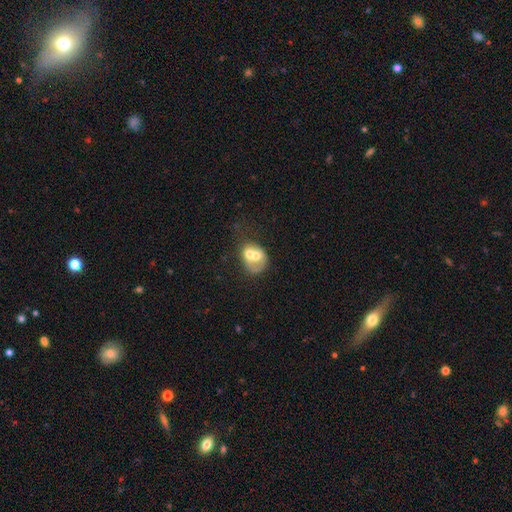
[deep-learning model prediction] Smooth or featured?
  - smooth: 52% *
  - featured or disk: 40%
  - star or artifact: 8%
How rounded?
  - in between: 50% *
  - round: 49%
  - cigar-shaped: 1%
Merging?
  - merger: 68% *
  - none: 16%
  - minor disturbance: 9%
  - major disturbance: 8%